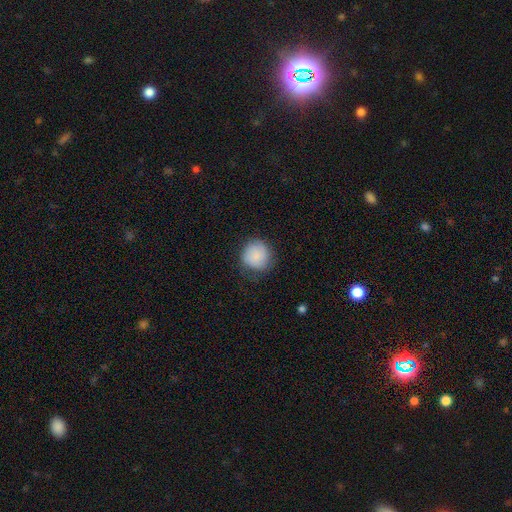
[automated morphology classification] Overall: smooth (81%). How rounded: round (90%). Merging: none (72%).